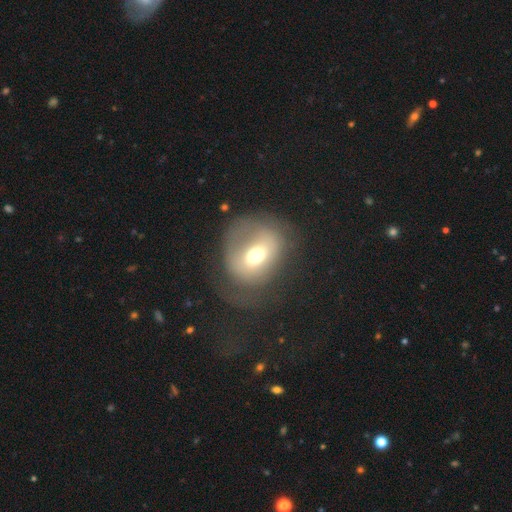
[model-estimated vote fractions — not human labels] Q: Smooth or featured?
A: smooth (54%); runner-up: featured or disk (35%)
Q: How rounded?
A: round (53%); runner-up: in between (46%)
Q: Merging?
A: none (38%); runner-up: major disturbance (36%)